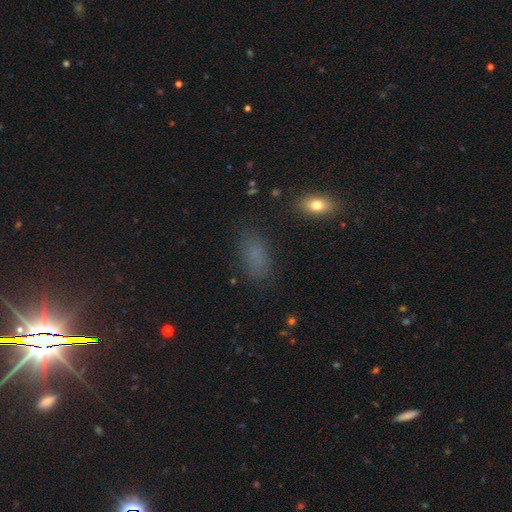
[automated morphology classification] A smooth galaxy with no disk features (75%) that is in between round and cigar-shaped (89%). Merging: none (78%).